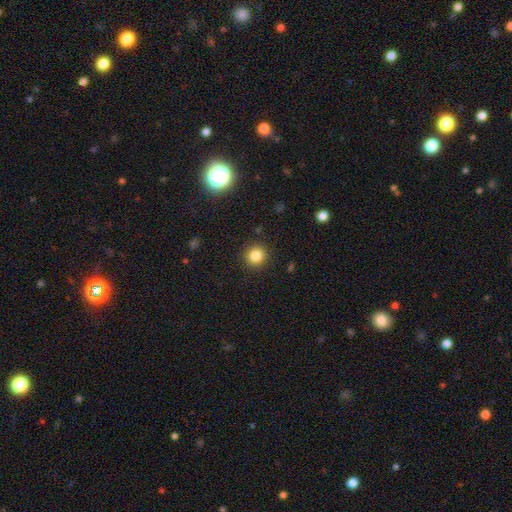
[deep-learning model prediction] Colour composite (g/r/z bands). It shows a smooth galaxy with no disk features (83%) that is round (93%). Merging: none (90%).